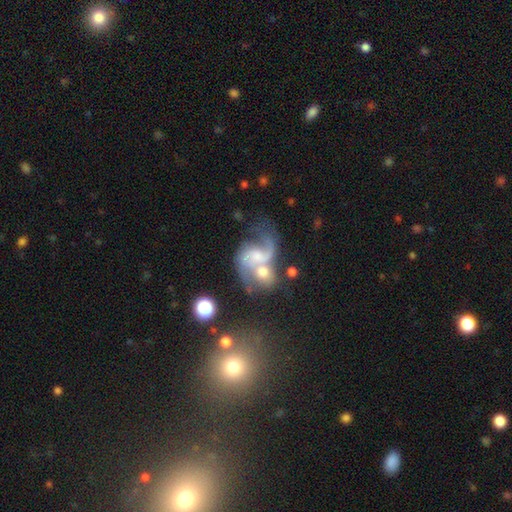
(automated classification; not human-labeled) featured or disk 75%, smooth 17%, star or artifact 9%. Down the decision tree: edge-on disk — no (98%); bar — no (59%); spiral arms — yes (88%); spiral arm count — 2 (70%); spiral winding — loose (55%); bulge size — moderate (40%); merging — merger (56%).